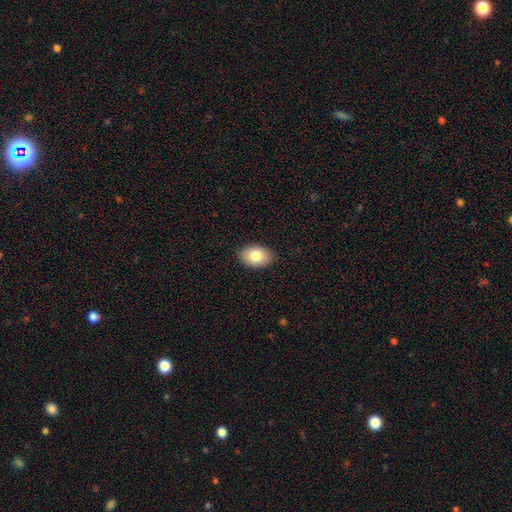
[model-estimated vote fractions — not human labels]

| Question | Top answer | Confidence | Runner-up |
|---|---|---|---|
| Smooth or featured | smooth | 82% | featured or disk (10%) |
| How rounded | in between | 84% | round (15%) |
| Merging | none | 89% | minor disturbance (9%) |